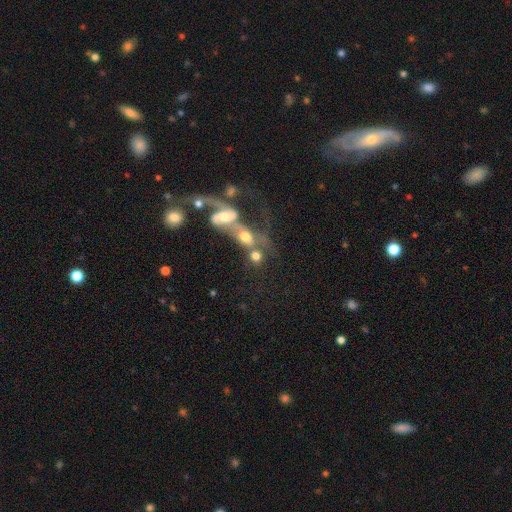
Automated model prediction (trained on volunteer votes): The model was most divided on "smooth or featured" (2-way tie): featured or disk: 43%, smooth: 43%, star or artifact: 14%. More confident: merging — merger (66%).